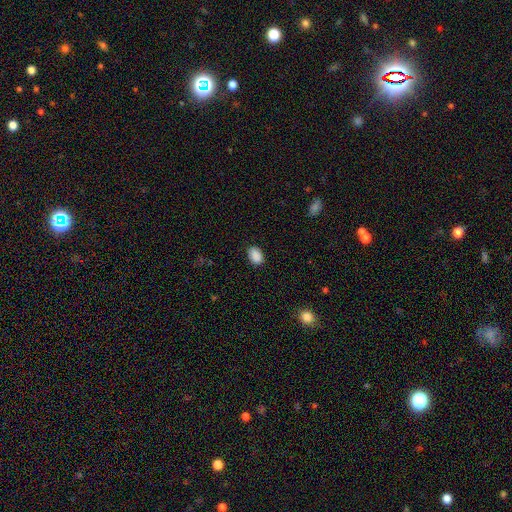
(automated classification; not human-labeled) Overall: smooth (89%). How rounded: in between (83%). Merging: none (85%).